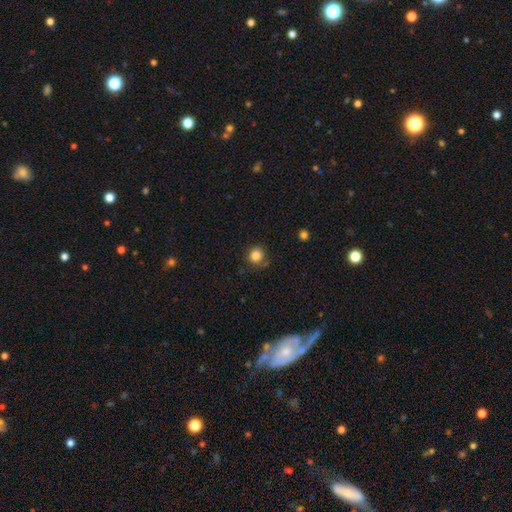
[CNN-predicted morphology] Smooth or featured? Predicted: smooth (p=0.84). How rounded? Predicted: round (p=0.90). Merging? Predicted: none (p=0.81).